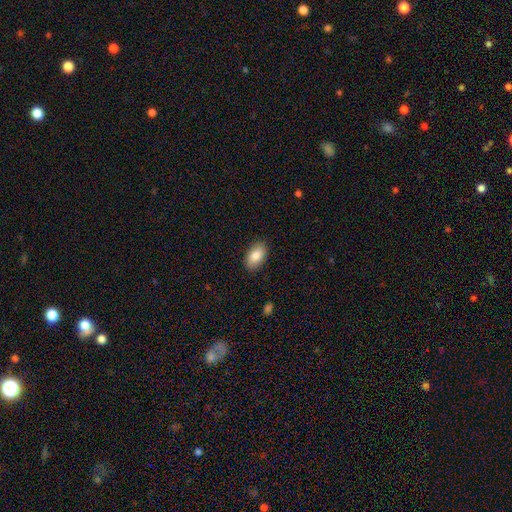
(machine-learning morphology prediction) Smooth or featured?
  - smooth: 84% *
  - featured or disk: 9%
  - star or artifact: 7%
How rounded?
  - in between: 93% *
  - round: 5%
  - cigar-shaped: 2%
Merging?
  - none: 88% *
  - minor disturbance: 9%
  - major disturbance: 2%
  - merger: 1%